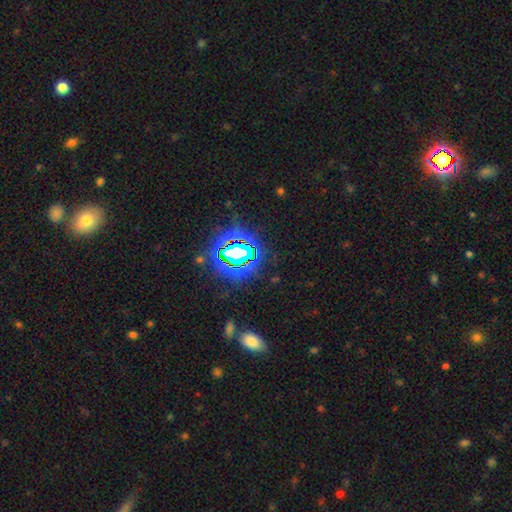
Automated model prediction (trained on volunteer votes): star or artifact 80%, smooth 13%, featured or disk 7%.